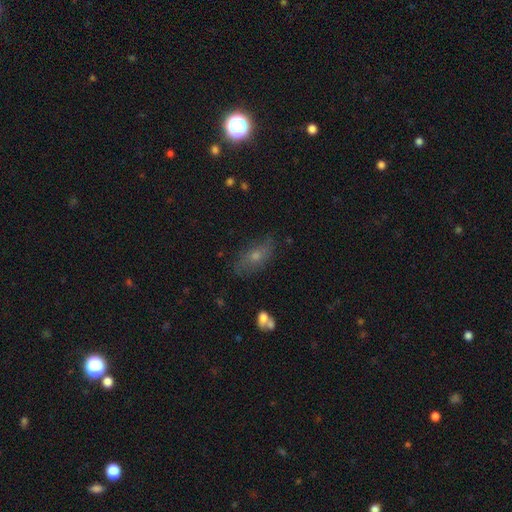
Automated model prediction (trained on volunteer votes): A smooth galaxy with no disk features (51%) that is in between round and cigar-shaped (77%).

Vote fractions:
- Smooth or featured? smooth: 51% / featured or disk: 34% / star or artifact: 15%
- How rounded? in between: 77% / cigar-shaped: 15% / round: 9%
- Merging? none: 73% / minor disturbance: 19% / major disturbance: 6% / merger: 2%